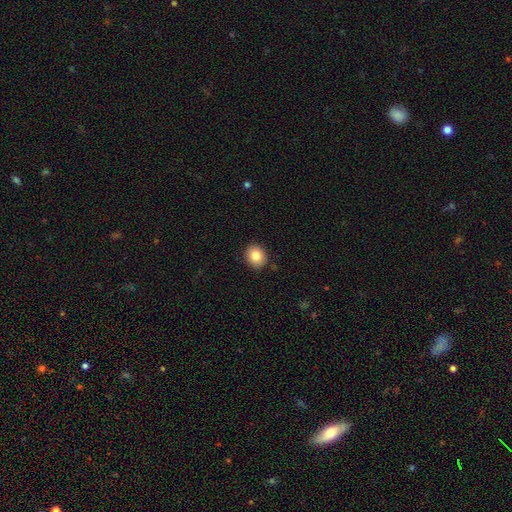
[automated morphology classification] smooth-or-featured: smooth: 84% | star or artifact: 9% | featured or disk: 7%
  how-rounded: round: 64% | in between: 35% | cigar-shaped: 1%
  merging: none: 89% | minor disturbance: 8% | major disturbance: 2% | merger: 1%